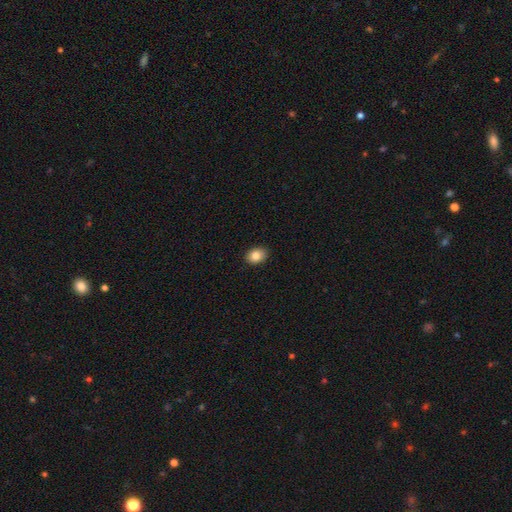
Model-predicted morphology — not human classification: This appears to be a smooth galaxy with no disk features (85%) that is in between round and cigar-shaped (71%). Merging: none (90%).